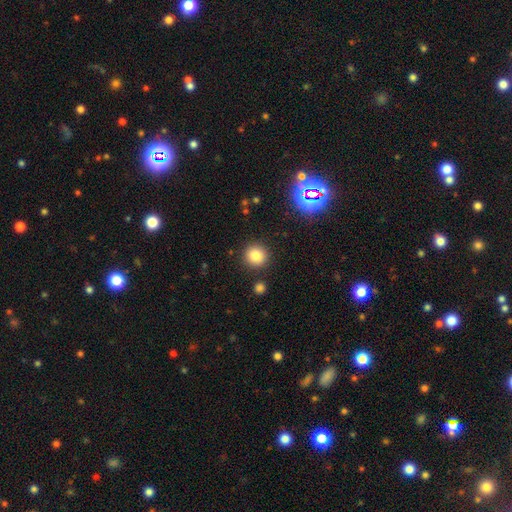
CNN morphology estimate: type=smooth (82%); roundness=round (91%); merging=none (88%).